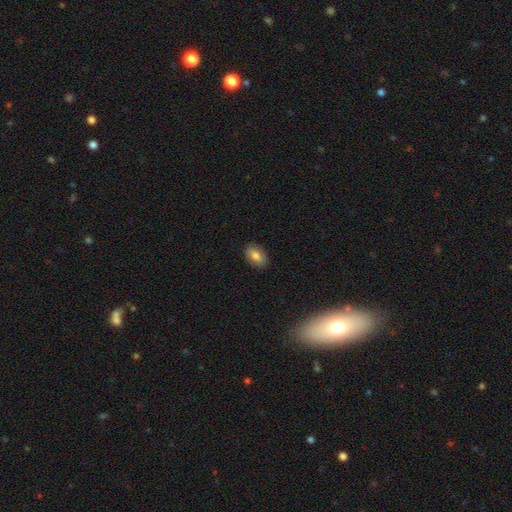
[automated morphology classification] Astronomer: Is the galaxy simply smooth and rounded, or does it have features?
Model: smooth — 78%.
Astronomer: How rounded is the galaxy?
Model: in between — 88%.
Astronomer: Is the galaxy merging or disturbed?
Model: none — 88%.